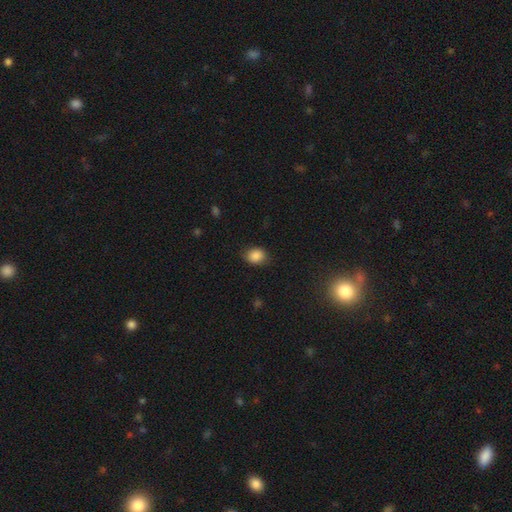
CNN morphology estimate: smooth-or-featured: smooth: 86% | star or artifact: 9% | featured or disk: 5%
  how-rounded: in between: 56% | round: 43% | cigar-shaped: 1%
  merging: none: 79% | minor disturbance: 16% | major disturbance: 4% | merger: 1%